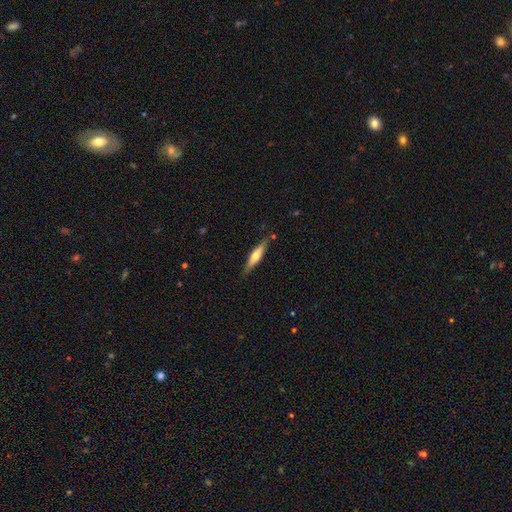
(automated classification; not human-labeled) The model was most divided on "smooth or featured": featured or disk: 52%, smooth: 43%, star or artifact: 6%. More confident: edge-on disk — yes (92%); merging — none (84%).